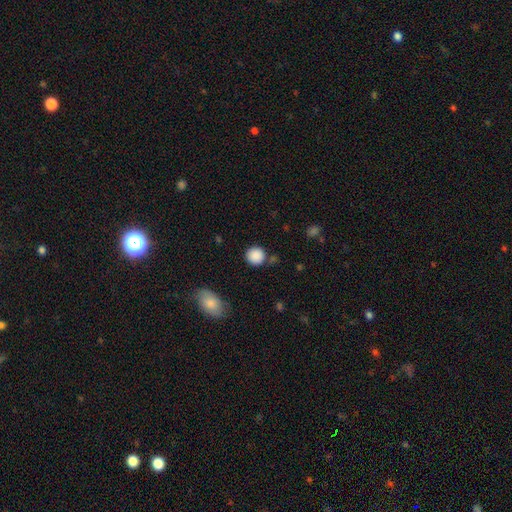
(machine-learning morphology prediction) This appears to be a smooth galaxy with no disk features (88%) that is round (90%). Merging: none (82%).